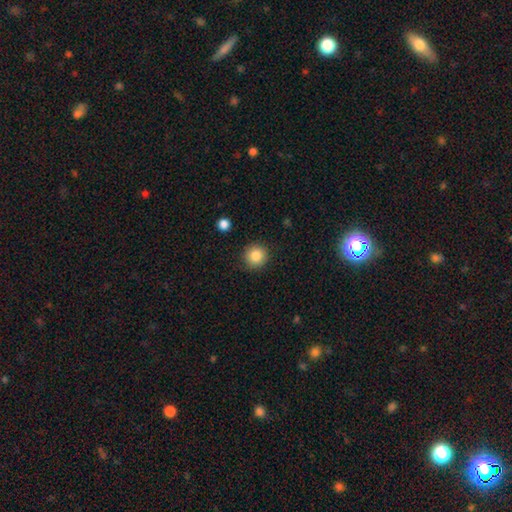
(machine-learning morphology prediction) Smooth or featured: smooth — 86% (star or artifact — 9%)
How rounded: round — 94% (in between — 5%)
Merging: none — 90% (minor disturbance — 6%)